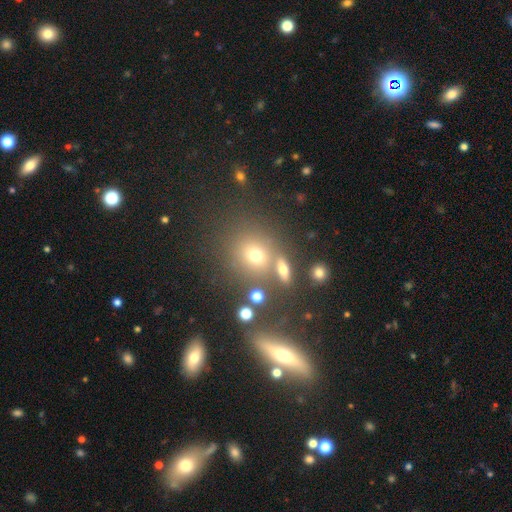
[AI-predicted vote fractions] Morphology: type=smooth (62%); roundness=round (77%); merging=none (63%).